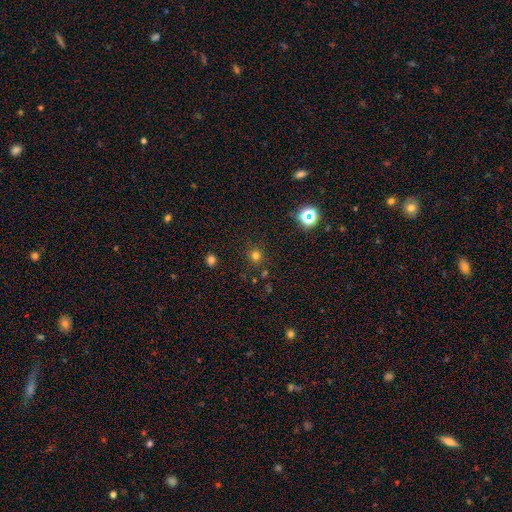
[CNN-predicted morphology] smooth_or_featured: smooth (p=0.72) [alt: star or artifact p=0.22]
how_rounded: round (p=0.92) [alt: in between p=0.07]
merging: none (p=0.86) [alt: minor disturbance p=0.08]